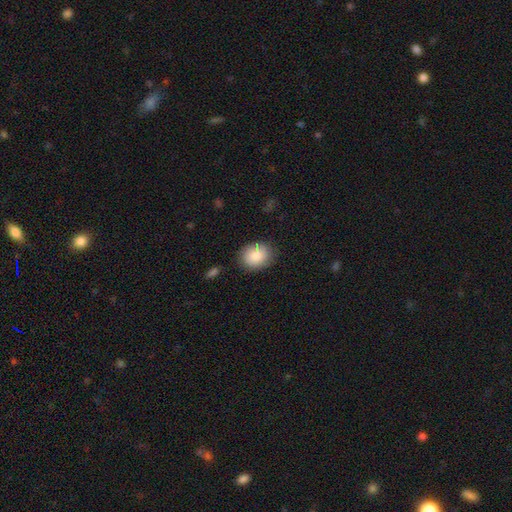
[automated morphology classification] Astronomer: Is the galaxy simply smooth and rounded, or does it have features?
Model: smooth — 85%.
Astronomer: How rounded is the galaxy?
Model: in between — 54% (runner-up: round, 45%).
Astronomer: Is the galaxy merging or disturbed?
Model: none — 81%.